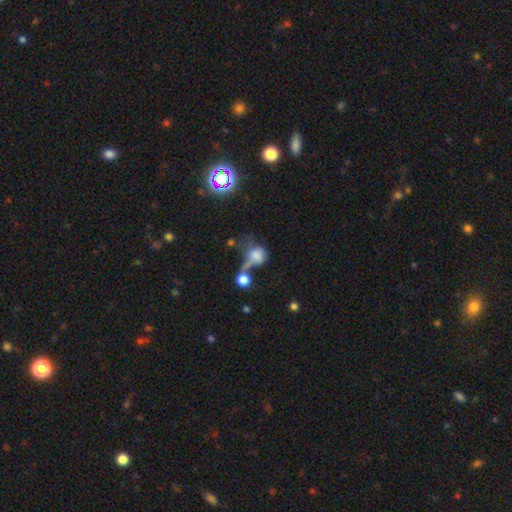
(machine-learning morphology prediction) Smooth or featured? smooth (68%)
How rounded? round (56%)
Merging? merger (41%)